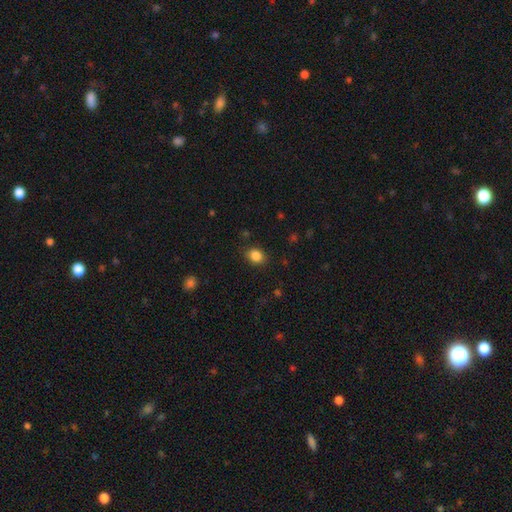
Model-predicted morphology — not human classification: Overall: smooth (85%). How rounded: round (50%; in between 49%). Merging: none (84%).